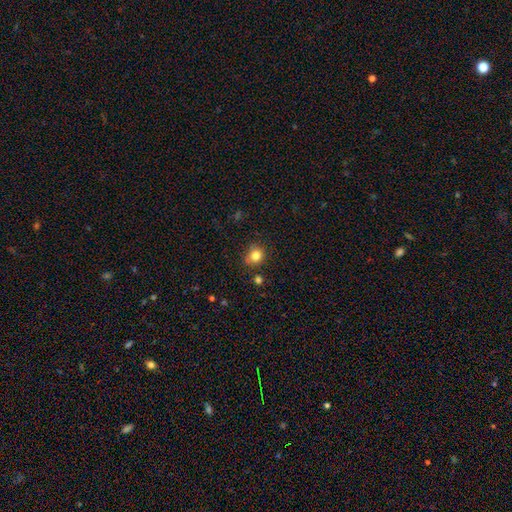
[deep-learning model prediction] smooth 81%, star or artifact 12%, featured or disk 7%. Down the decision tree: how rounded — round (75%); merging — none (69%).